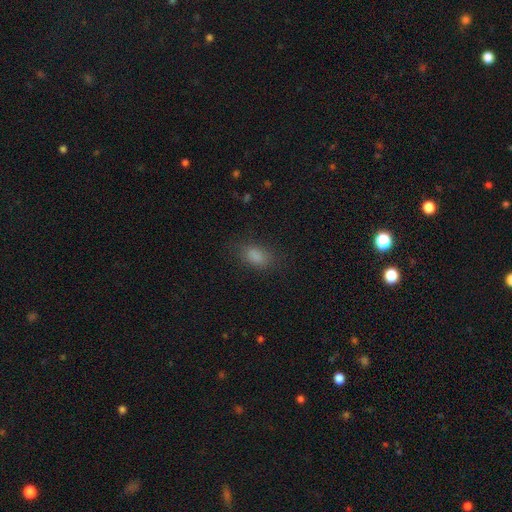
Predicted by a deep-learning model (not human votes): Smooth or featured: smooth — 84% (star or artifact — 11%)
How rounded: in between — 86% (round — 11%)
Merging: none — 77% (minor disturbance — 15%)